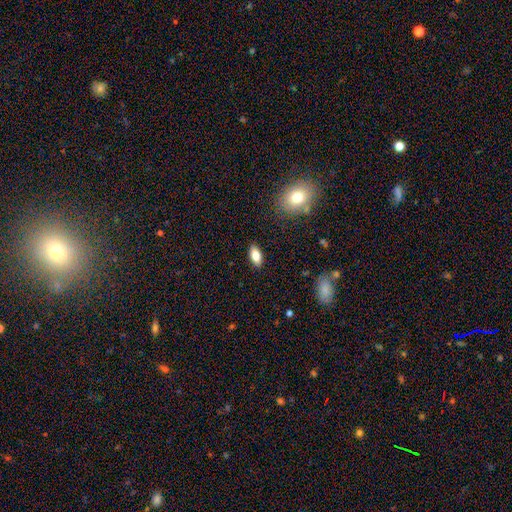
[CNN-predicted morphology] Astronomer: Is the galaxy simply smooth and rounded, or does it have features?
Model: smooth — 79%.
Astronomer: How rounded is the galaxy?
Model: in between — 87%.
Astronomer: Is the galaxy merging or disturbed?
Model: none — 89%.